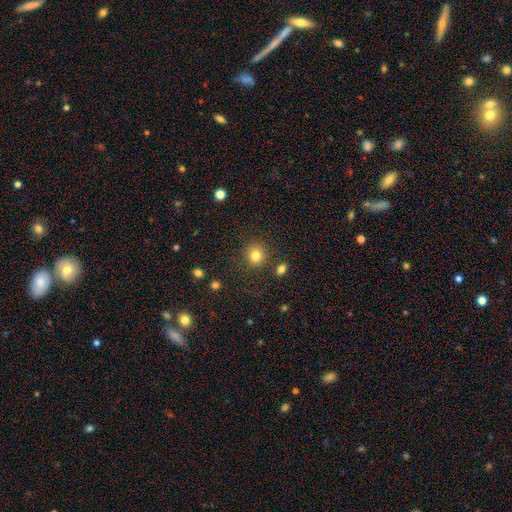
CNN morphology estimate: A smooth galaxy with no disk features (82%) that is round (86%).

Vote fractions:
- Smooth or featured? smooth: 82% / star or artifact: 12% / featured or disk: 6%
- How rounded? round: 86% / in between: 14% / cigar-shaped: 1%
- Merging? none: 83% / minor disturbance: 9% / merger: 4% / major disturbance: 4%